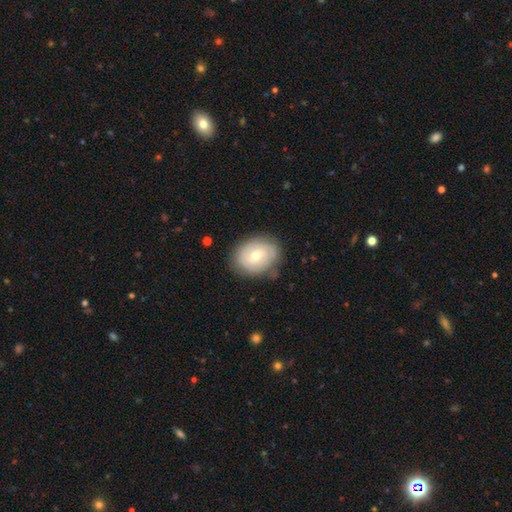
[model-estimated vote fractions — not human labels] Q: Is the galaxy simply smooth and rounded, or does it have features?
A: smooth — 49%.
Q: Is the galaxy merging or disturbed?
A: none — 79%.